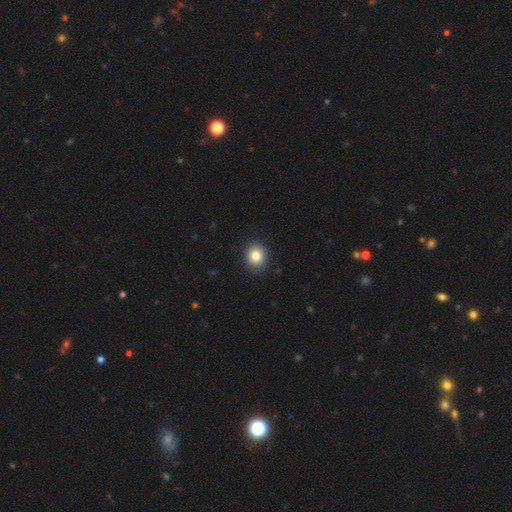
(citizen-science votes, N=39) smooth_or_featured: smooth (p=0.79) [alt: featured or disk p=0.10]
how_rounded: round (p=0.61) [alt: in between p=0.39]
merging: none (p=0.94) [alt: minor disturbance p=0.06]